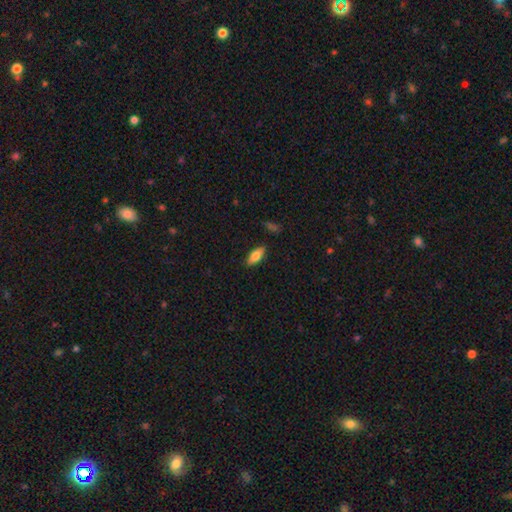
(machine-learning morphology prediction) A smooth galaxy with no disk features (73%) that is in between round and cigar-shaped (79%).

Vote fractions:
- Smooth or featured? smooth: 73% / featured or disk: 21% / star or artifact: 7%
- How rounded? in between: 79% / cigar-shaped: 19% / round: 2%
- Merging? none: 87% / minor disturbance: 10% / major disturbance: 2% / merger: 1%